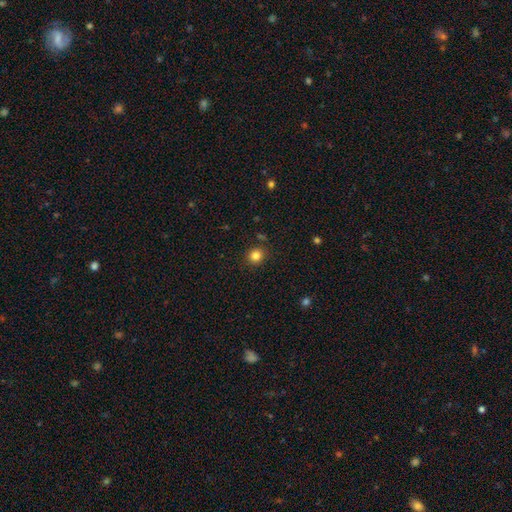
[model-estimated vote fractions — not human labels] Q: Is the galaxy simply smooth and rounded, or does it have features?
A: smooth — 83%.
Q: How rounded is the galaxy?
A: round — 88%.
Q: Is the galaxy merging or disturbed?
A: none — 88%.